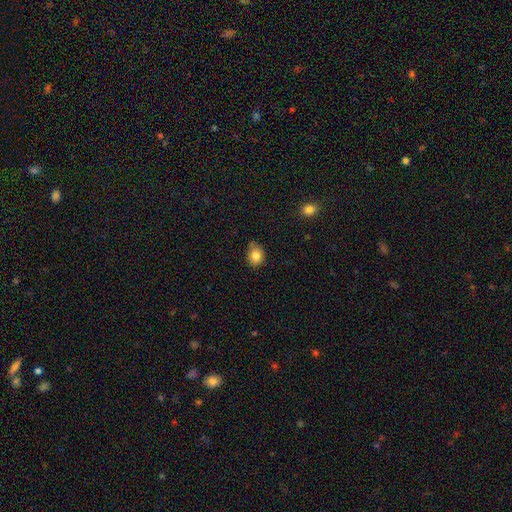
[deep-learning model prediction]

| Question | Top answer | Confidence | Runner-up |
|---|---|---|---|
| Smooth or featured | smooth | 82% | star or artifact (11%) |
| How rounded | round | 60% | in between (39%) |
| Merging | none | 67% | minor disturbance (27%) |